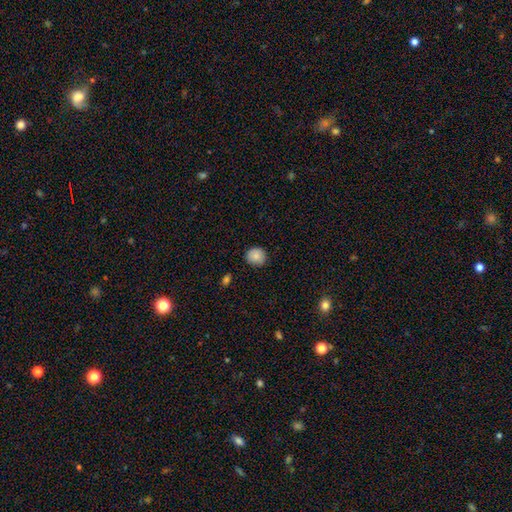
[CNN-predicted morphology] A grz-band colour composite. It shows a smooth galaxy with no disk features (86%) that is round (87%). Merging: none (86%).